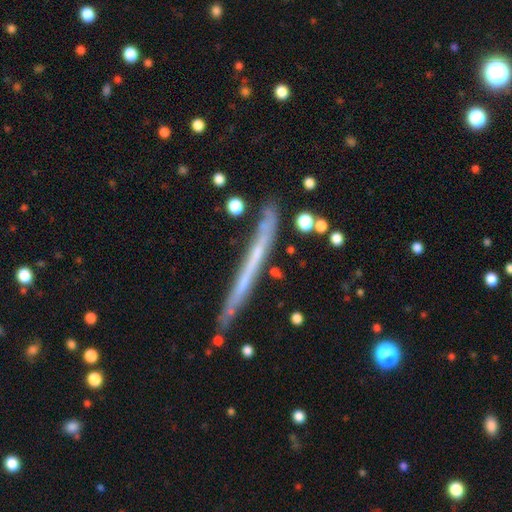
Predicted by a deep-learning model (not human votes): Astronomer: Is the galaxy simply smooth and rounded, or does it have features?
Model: featured or disk — 59% (runner-up: smooth, 35%).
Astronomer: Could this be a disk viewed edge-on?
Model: yes — 95%.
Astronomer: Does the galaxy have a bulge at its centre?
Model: none — 89%.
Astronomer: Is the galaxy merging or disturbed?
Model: none — 79%.